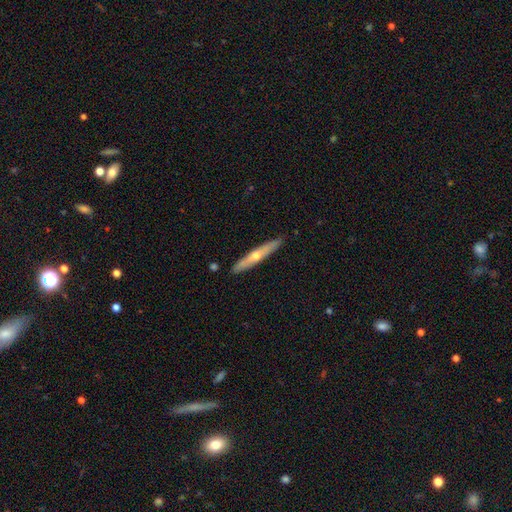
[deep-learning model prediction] smooth_or_featured: featured or disk (p=0.55) [alt: smooth p=0.39]
disk_edge_on: yes (p=0.90) [alt: no p=0.10]
merging: none (p=0.89) [alt: minor disturbance p=0.08]